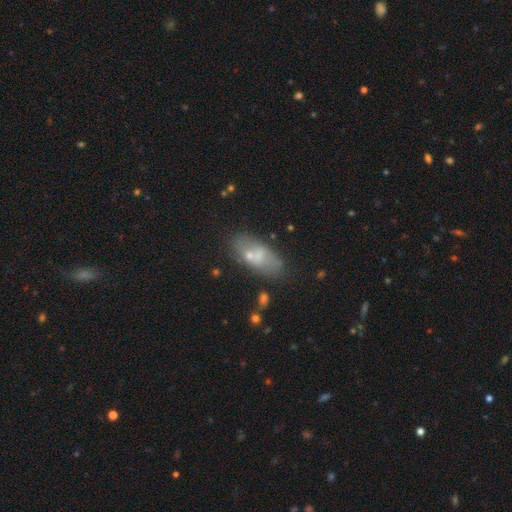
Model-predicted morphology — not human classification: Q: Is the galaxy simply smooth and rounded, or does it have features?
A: smooth — 55%.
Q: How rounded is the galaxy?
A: in between — 82%.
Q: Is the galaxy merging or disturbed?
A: none — 59%.